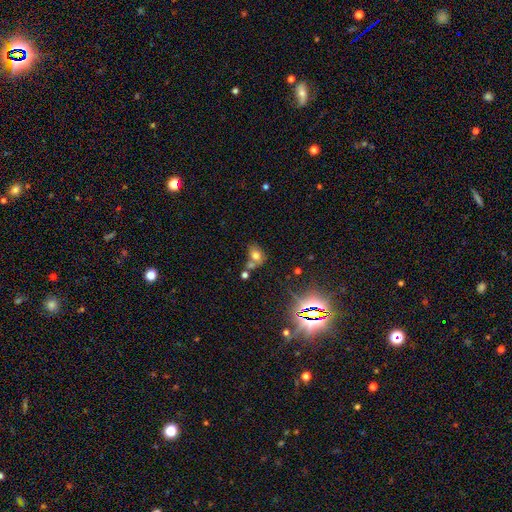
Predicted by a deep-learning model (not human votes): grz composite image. It shows a smooth galaxy with no disk features (69%) that is in between round and cigar-shaped (57%). Merging: none (43%).